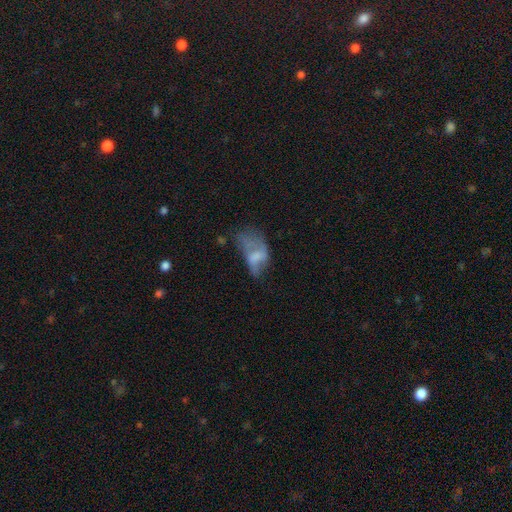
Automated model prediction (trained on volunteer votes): Q: Smooth or featured?
A: smooth (47%); runner-up: featured or disk (42%)
Q: Merging?
A: major disturbance (44%); runner-up: none (25%)